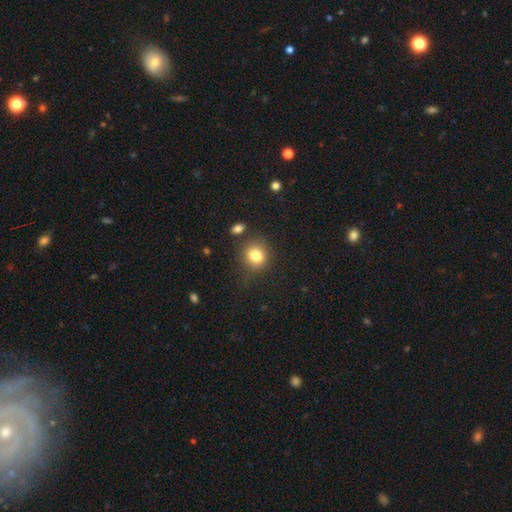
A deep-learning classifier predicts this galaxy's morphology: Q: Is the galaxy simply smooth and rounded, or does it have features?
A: smooth — 81%.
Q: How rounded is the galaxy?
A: round — 83%.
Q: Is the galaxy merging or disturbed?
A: none — 78%.